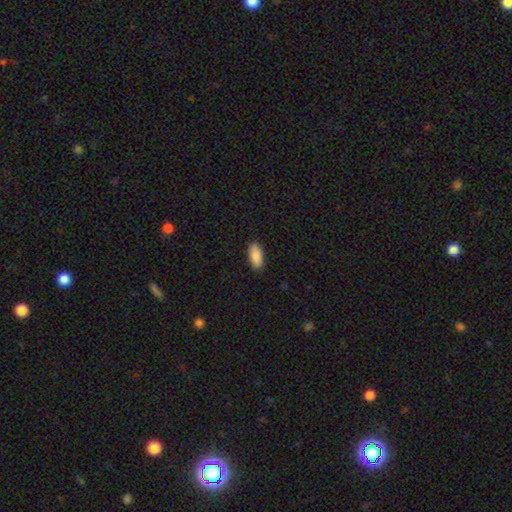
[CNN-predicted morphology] Q: Smooth or featured?
A: smooth (90%); runner-up: star or artifact (6%)
Q: How rounded?
A: in between (91%); runner-up: cigar-shaped (8%)
Q: Merging?
A: none (90%); runner-up: minor disturbance (8%)